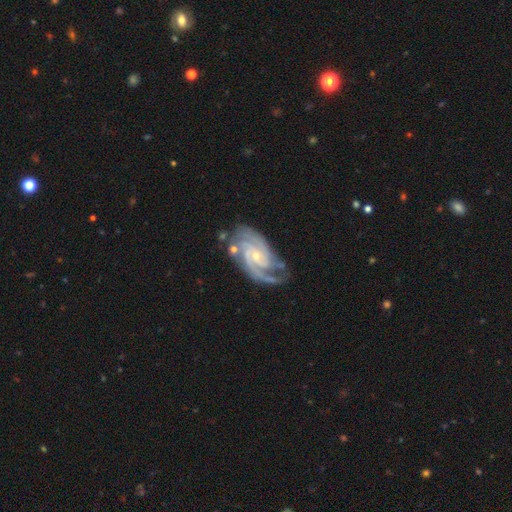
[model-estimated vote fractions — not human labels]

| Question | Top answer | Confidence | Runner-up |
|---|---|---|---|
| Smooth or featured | featured or disk | 91% | star or artifact (5%) |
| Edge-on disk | no | 97% | yes (3%) |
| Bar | no | 58% | weak (32%) |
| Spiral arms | yes | 98% | no (2%) |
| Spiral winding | tight | 54% | medium (39%) |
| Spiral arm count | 2 | 45% | 3 (27%) |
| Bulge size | small | 72% | moderate (24%) |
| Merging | none | 65% | minor disturbance (21%) |